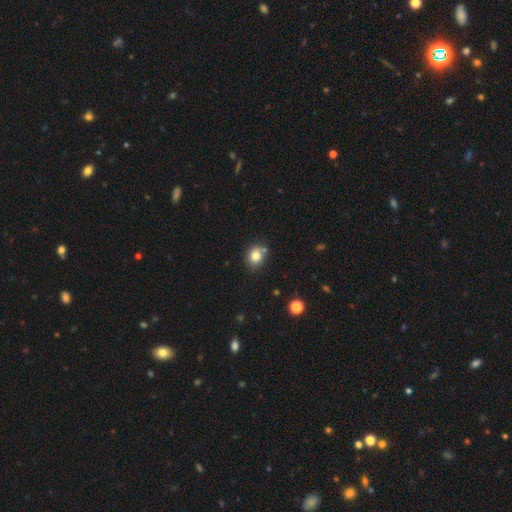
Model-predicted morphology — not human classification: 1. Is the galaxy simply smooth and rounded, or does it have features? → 80% smooth, 11% star or artifact, 9% featured or disk.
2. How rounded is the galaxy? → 64% round, 35% in between, 1% cigar-shaped.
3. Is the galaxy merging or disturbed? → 70% none, 13% minor disturbance, 13% merger, 3% major disturbance.